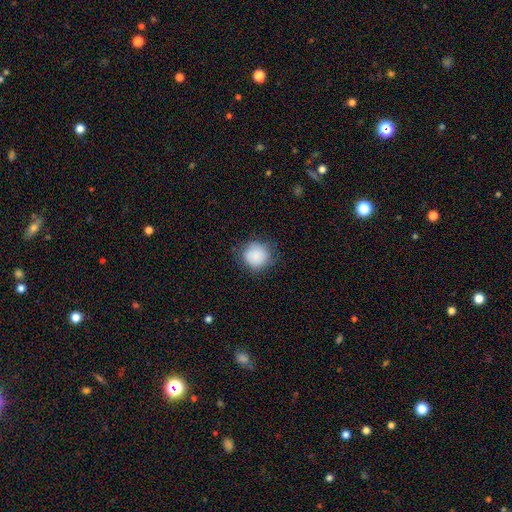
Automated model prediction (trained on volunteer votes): Overall: smooth (87%). How rounded: round (91%). Merging: none (82%).